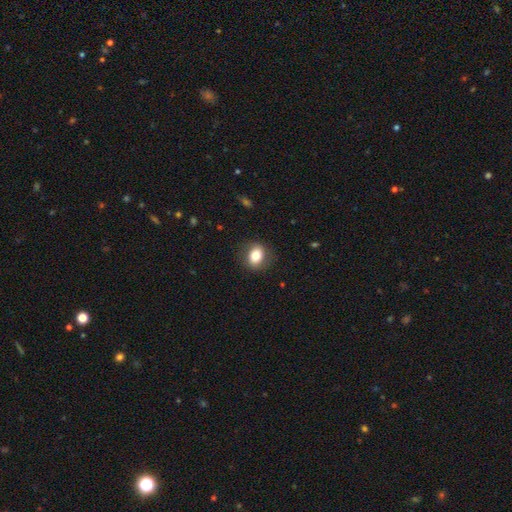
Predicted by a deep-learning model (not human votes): Smooth or featured? smooth (79%)
How rounded? in between (54%)
Merging? none (84%)